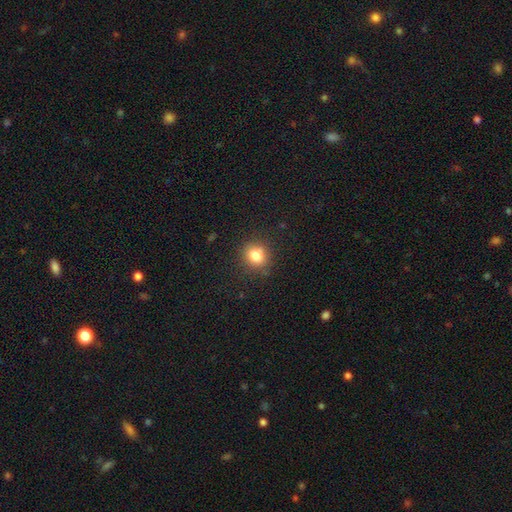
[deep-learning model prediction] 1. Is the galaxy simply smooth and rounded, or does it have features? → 80% smooth, 13% star or artifact, 7% featured or disk.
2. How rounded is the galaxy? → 81% round, 18% in between, 1% cigar-shaped.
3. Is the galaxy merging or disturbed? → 83% none, 11% minor disturbance, 3% major disturbance, 3% merger.